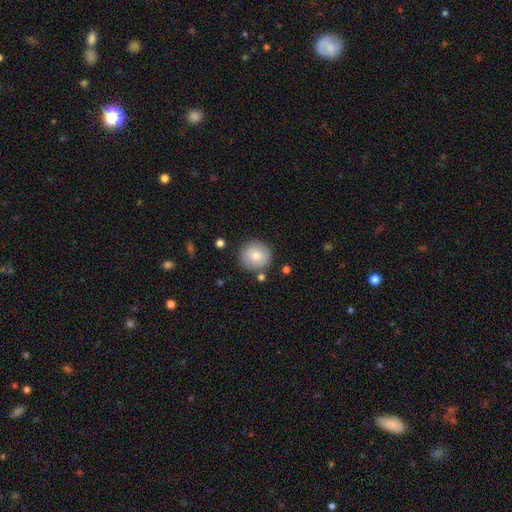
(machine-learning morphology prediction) A smooth galaxy with no disk features (79%) that is round (94%). Merging: none (85%).